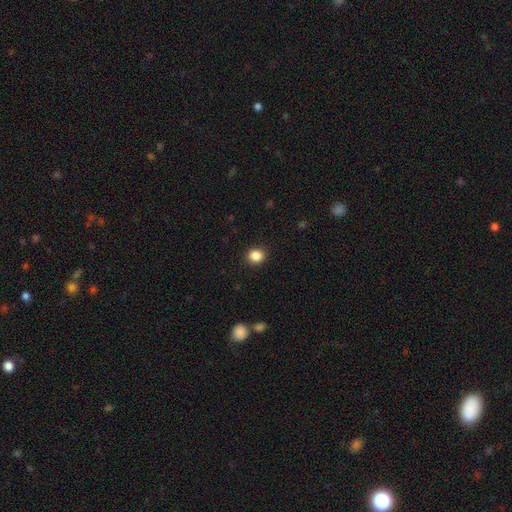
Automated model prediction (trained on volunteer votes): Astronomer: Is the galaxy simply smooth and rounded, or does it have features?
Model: smooth — 86%.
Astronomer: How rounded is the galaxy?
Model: round — 77%.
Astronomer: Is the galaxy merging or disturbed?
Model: none — 90%.